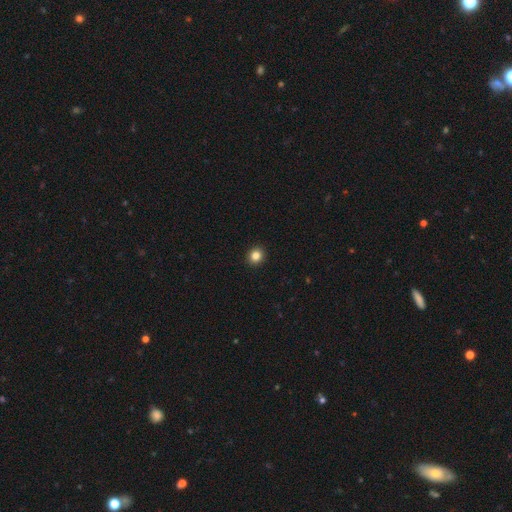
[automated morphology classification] A smooth galaxy with no disk features (84%) that is round (85%). Merging: none (93%).